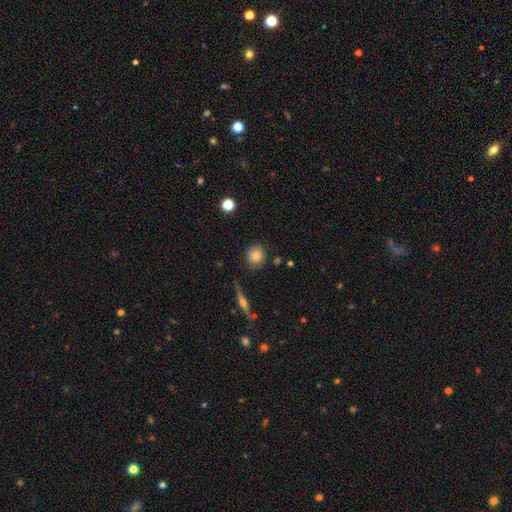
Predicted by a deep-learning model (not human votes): smooth 77%, featured or disk 14%, star or artifact 10%. Down the decision tree: how rounded — round (89%); merging — none (85%).